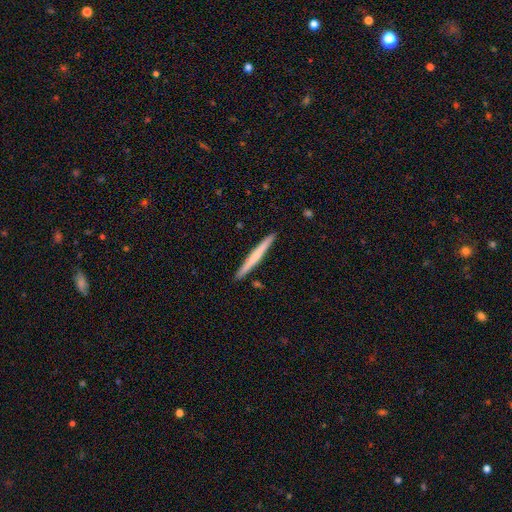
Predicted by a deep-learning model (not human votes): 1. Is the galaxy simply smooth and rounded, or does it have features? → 55% smooth, 40% featured or disk, 5% star or artifact.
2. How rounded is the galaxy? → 97% cigar-shaped, 2% in between, 1% round.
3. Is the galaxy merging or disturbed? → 92% none, 6% minor disturbance, 1% merger, 1% major disturbance.